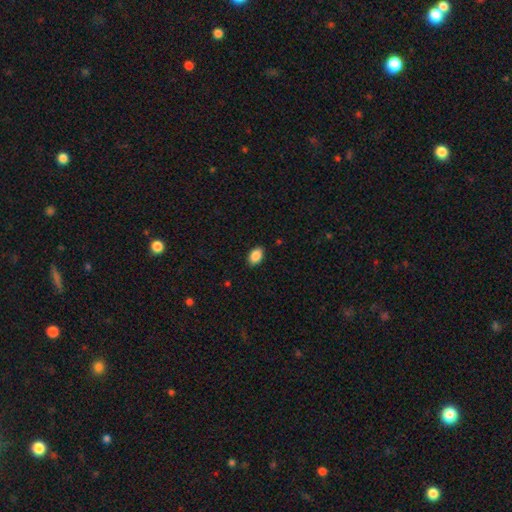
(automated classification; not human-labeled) A smooth galaxy with no disk features (89%) that is in between round and cigar-shaped (88%). Merging: none (88%).